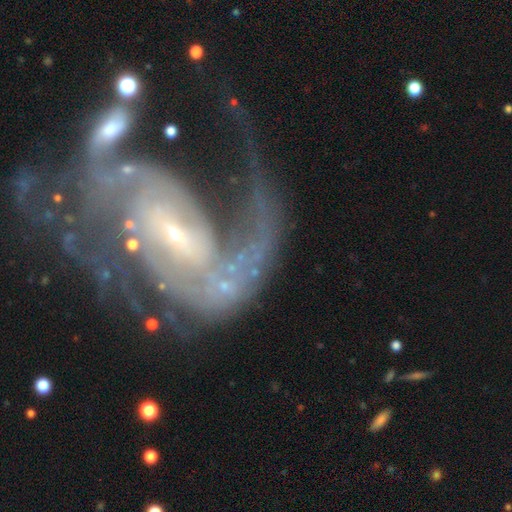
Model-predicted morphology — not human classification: Smooth or featured?
  - featured or disk: 72% *
  - smooth: 16%
  - star or artifact: 13%
Edge-on disk?
  - no: 91% *
  - yes: 9%
Bar?
  - no: 35% *
  - weak: 34%
  - strong: 31%
Spiral arms?
  - yes: 70% *
  - no: 30%
Bulge size?
  - small: 59% *
  - moderate: 26%
  - none: 8%
  - large: 4%
  - dominant: 2%
Merging?
  - major disturbance: 38% *
  - none: 33%
  - minor disturbance: 15%
  - merger: 14%